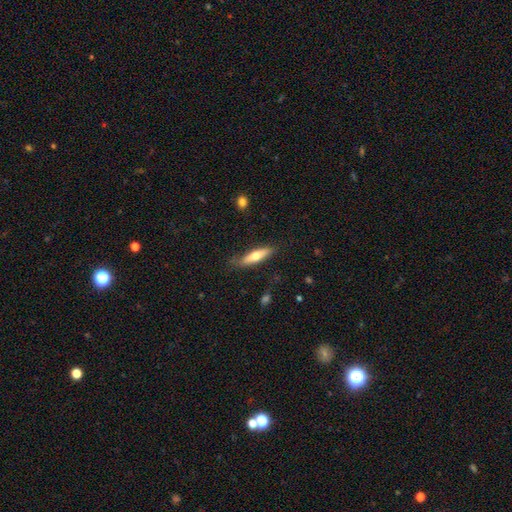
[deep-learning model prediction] A smooth galaxy with no disk features (59%) that is cigar-shaped (69%). Merging: none (78%).